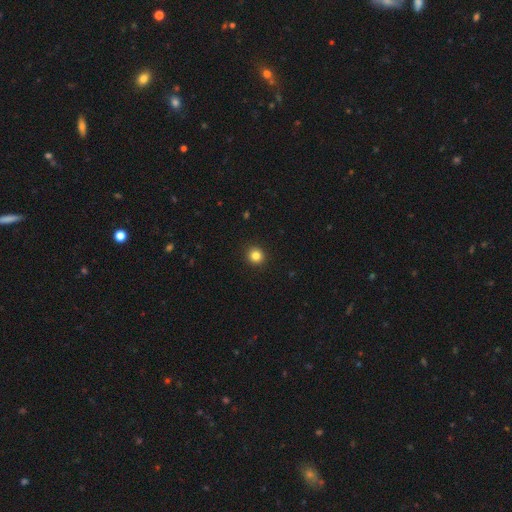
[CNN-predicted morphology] Smooth or featured? Predicted: smooth (p=0.83). How rounded? Predicted: round (p=0.92). Merging? Predicted: none (p=0.93).